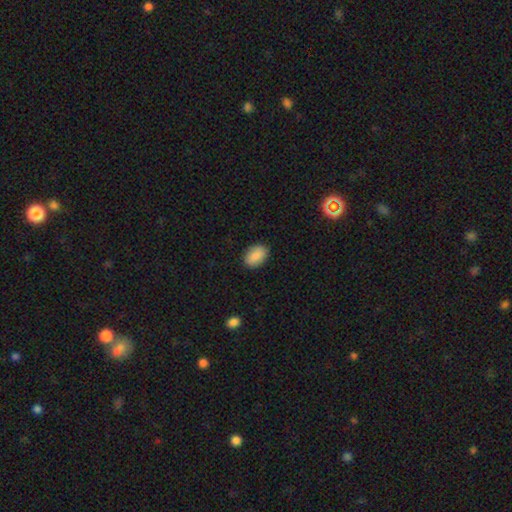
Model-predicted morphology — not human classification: A smooth galaxy with no disk features (89%) that is in between round and cigar-shaped (86%).

Vote fractions:
- Smooth or featured? smooth: 89% / star or artifact: 7% / featured or disk: 4%
- How rounded? in between: 86% / round: 13% / cigar-shaped: 1%
- Merging? none: 88% / minor disturbance: 9% / major disturbance: 2% / merger: 1%